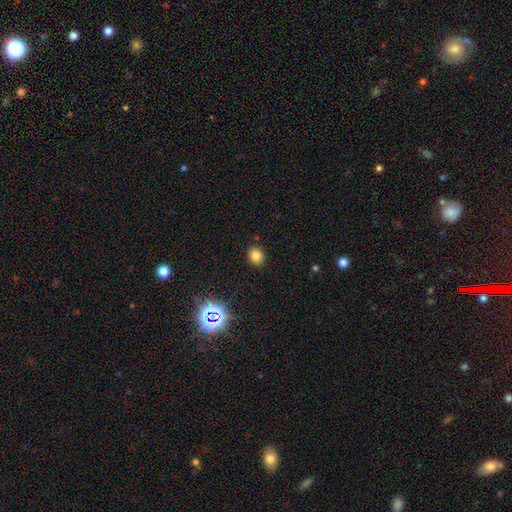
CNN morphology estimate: The model was most divided on "how rounded": round: 67%, in between: 32%, cigar-shaped: 1%. More confident: merging — none (90%); smooth or featured — smooth (79%).